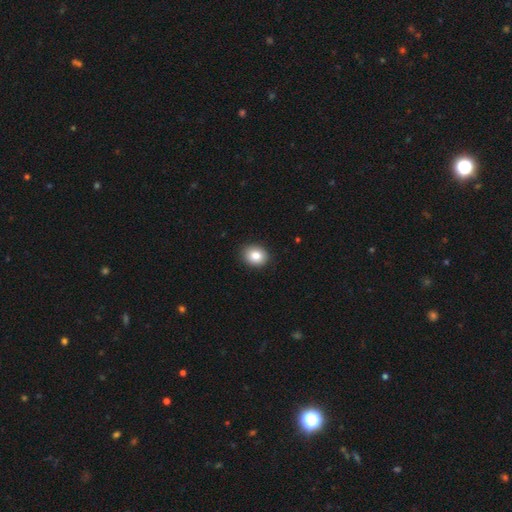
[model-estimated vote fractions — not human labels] Smooth or featured? Predicted: smooth (p=0.84). How rounded? Predicted: round (p=0.57). Merging? Predicted: none (p=0.90).